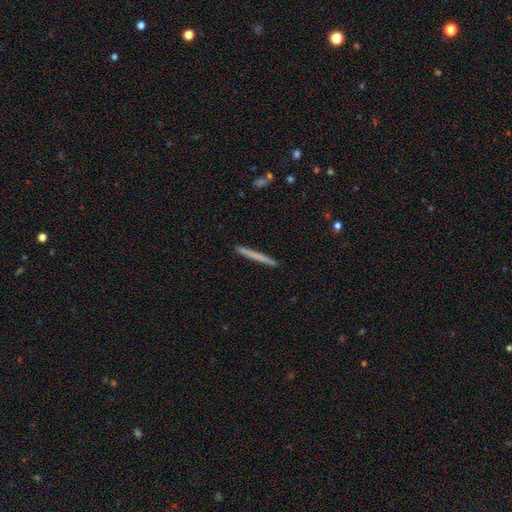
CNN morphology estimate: Overall: smooth (61%; featured or disk 33%). How rounded: cigar-shaped (97%). Merging: none (92%).